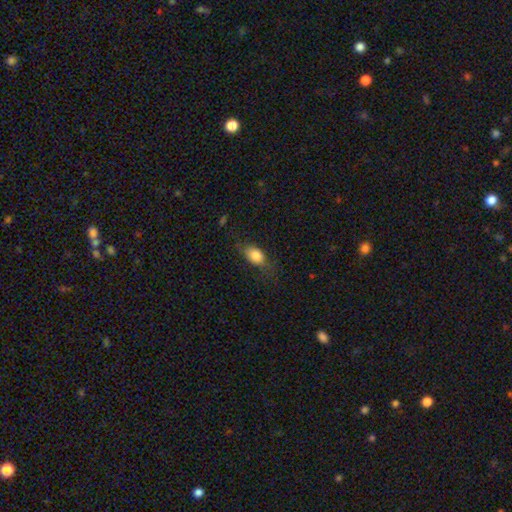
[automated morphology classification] Q: Smooth or featured?
A: smooth (79%); runner-up: featured or disk (13%)
Q: How rounded?
A: in between (81%); runner-up: round (13%)
Q: Merging?
A: none (62%); runner-up: minor disturbance (24%)